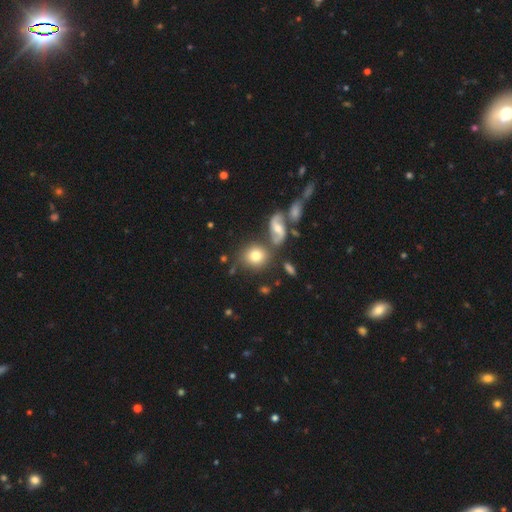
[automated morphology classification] smooth-or-featured: smooth: 72% | featured or disk: 19% | star or artifact: 9%
  how-rounded: round: 74% | in between: 25% | cigar-shaped: 2%
  merging: none: 65% | merger: 19% | minor disturbance: 12% | major disturbance: 5%